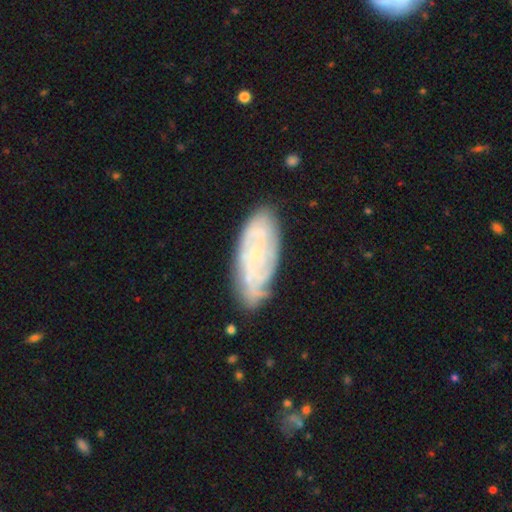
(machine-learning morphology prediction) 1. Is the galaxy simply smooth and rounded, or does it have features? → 68% featured or disk, 24% smooth, 7% star or artifact.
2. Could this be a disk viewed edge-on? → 90% no, 10% yes.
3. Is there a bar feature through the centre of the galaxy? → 75% no, 20% weak, 4% strong.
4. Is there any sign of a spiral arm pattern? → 83% yes, 17% no.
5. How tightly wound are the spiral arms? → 68% tight, 24% medium, 7% loose.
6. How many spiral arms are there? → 54% can't tell, 14% 2, 12% 3, 10% 4, 5% more than 4, 4% 1.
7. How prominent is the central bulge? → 74% small, 13% moderate, 10% none, 1% large, 1% dominant.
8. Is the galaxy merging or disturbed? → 74% none, 18% minor disturbance, 5% major disturbance, 2% merger.